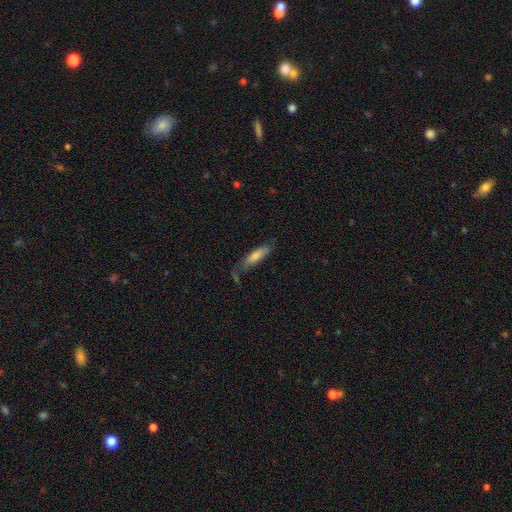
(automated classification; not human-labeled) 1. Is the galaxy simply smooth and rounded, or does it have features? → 74% smooth, 20% featured or disk, 6% star or artifact.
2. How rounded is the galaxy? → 63% cigar-shaped, 36% in between, 2% round.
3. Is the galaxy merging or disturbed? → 58% none, 26% minor disturbance, 10% major disturbance, 6% merger.